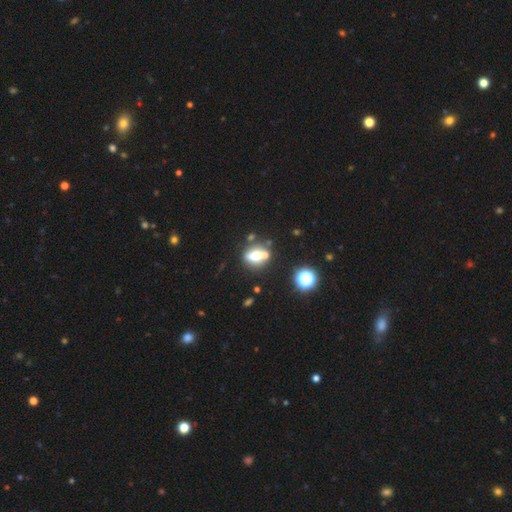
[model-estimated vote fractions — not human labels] Morphology: type=smooth (59%); roundness=in between (52%); merging=none (56%).